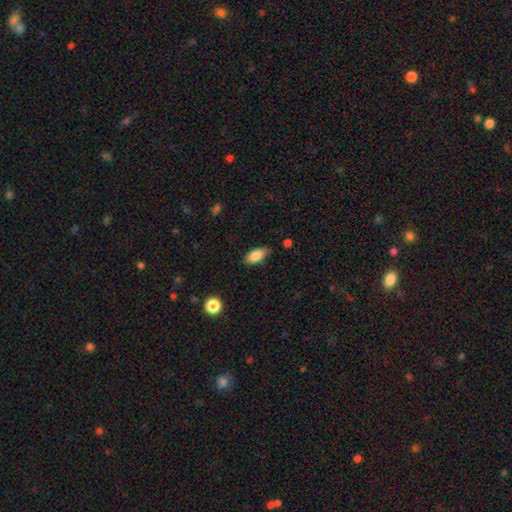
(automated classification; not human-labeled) Smooth or featured: smooth — 84% (featured or disk — 9%)
How rounded: in between — 86% (cigar-shaped — 11%)
Merging: none — 81% (minor disturbance — 14%)